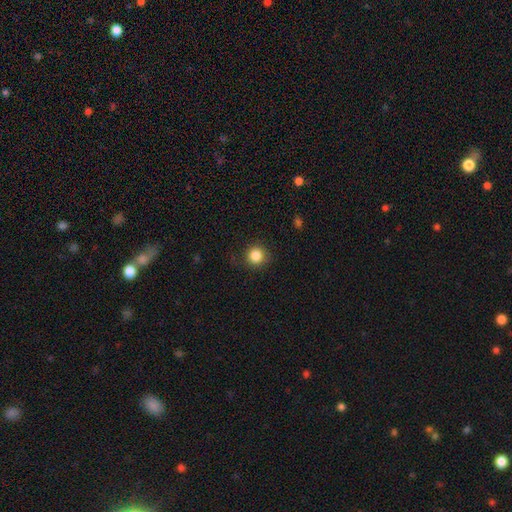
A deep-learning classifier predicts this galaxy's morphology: Smooth or featured: smooth — 85% (star or artifact — 10%)
How rounded: round — 92% (in between — 7%)
Merging: none — 85% (minor disturbance — 11%)